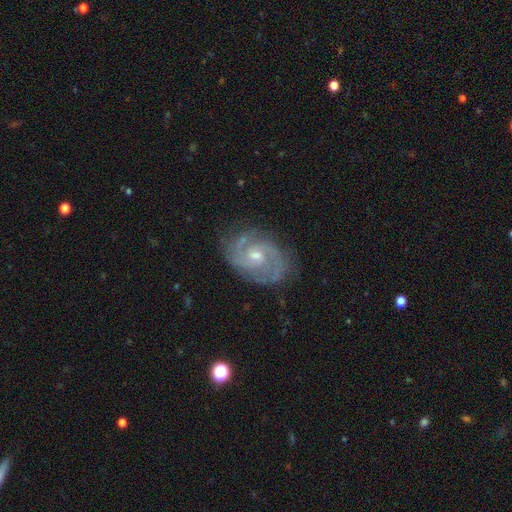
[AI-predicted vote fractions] Smooth or featured? featured or disk (87%)
Edge-on disk? no (97%)
Bar? no (55%)
Spiral arms? yes (97%)
Spiral winding? tight (46%)
Spiral arm count? 2 (65%)
Bulge size? moderate (49%)
Merging? none (77%)